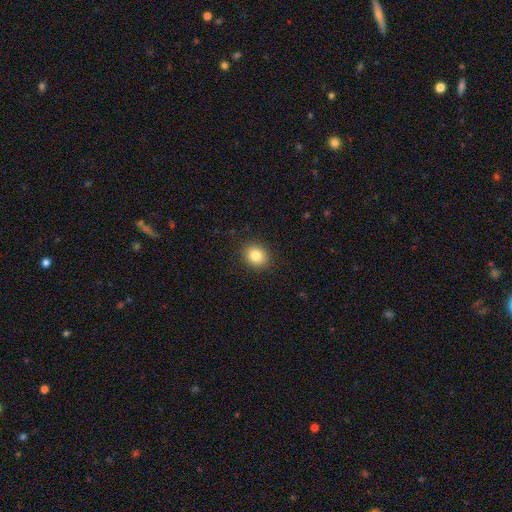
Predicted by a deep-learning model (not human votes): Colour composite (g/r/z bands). It shows a smooth galaxy with no disk features (82%) that is round (66%). Merging: none (90%).